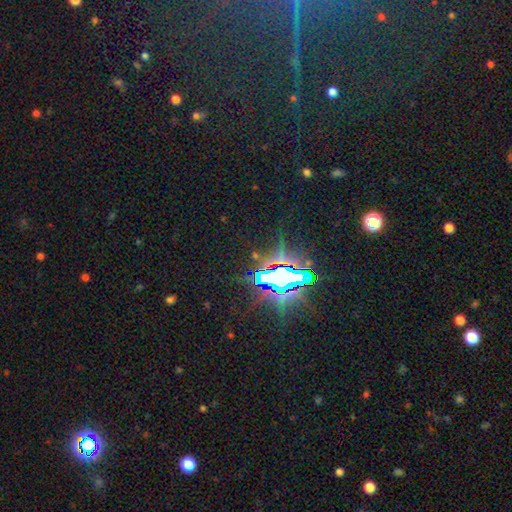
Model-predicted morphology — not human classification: A star or artifact, not a galaxy (79%).

Vote fractions:
- Smooth or featured? star or artifact: 79% / smooth: 10% / featured or disk: 10%